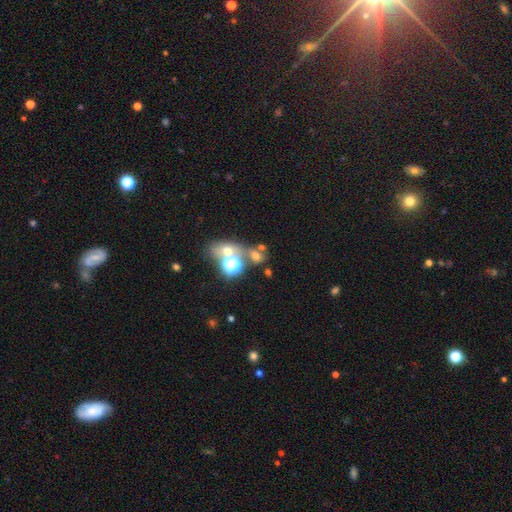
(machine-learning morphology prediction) type=smooth (56%); roundness=in between (49%); merging=none (46%).